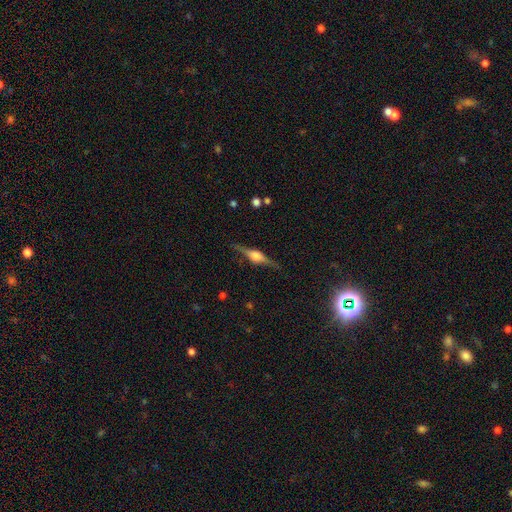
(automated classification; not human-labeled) Smooth or featured?
  - featured or disk: 80% *
  - smooth: 13%
  - star or artifact: 7%
Edge-on disk?
  - yes: 97% *
  - no: 3%
Edge-on bulge?
  - rounded: 85% *
  - boxy: 13%
  - none: 2%
Merging?
  - none: 86% *
  - minor disturbance: 10%
  - major disturbance: 2%
  - merger: 1%